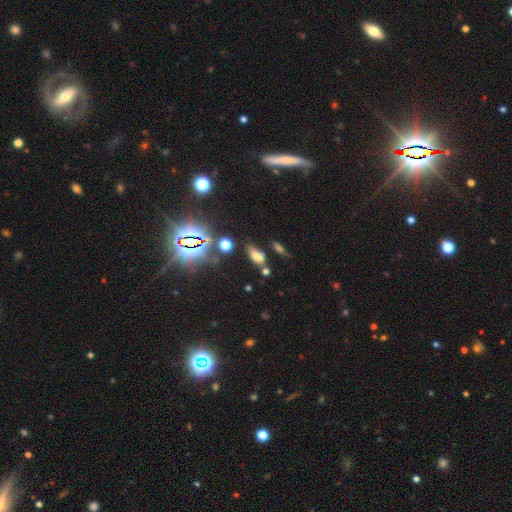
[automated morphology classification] Q: Smooth or featured?
A: smooth (53%); runner-up: star or artifact (29%)
Q: How rounded?
A: in between (78%); runner-up: cigar-shaped (11%)
Q: Merging?
A: none (52%); runner-up: merger (25%)